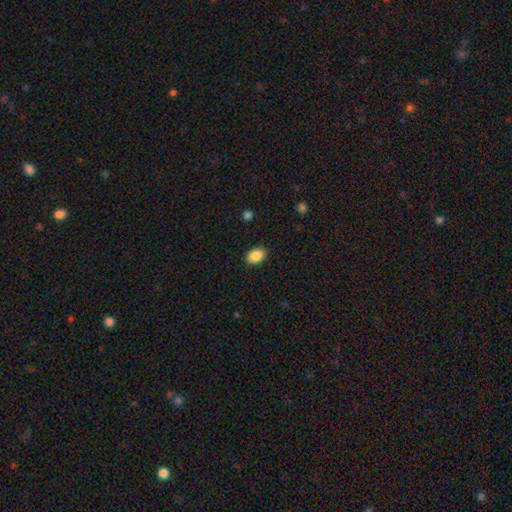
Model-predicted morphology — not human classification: Q: Smooth or featured?
A: smooth (88%); runner-up: star or artifact (8%)
Q: How rounded?
A: in between (84%); runner-up: round (15%)
Q: Merging?
A: none (88%); runner-up: minor disturbance (9%)